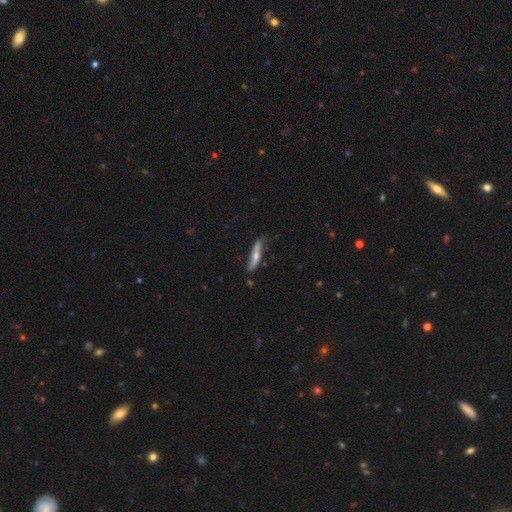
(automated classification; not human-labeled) smooth_or_featured: featured or disk (p=0.59) [alt: smooth p=0.35]
disk_edge_on: yes (p=0.63) [alt: no p=0.37]
merging: none (p=0.63) [alt: minor disturbance p=0.27]